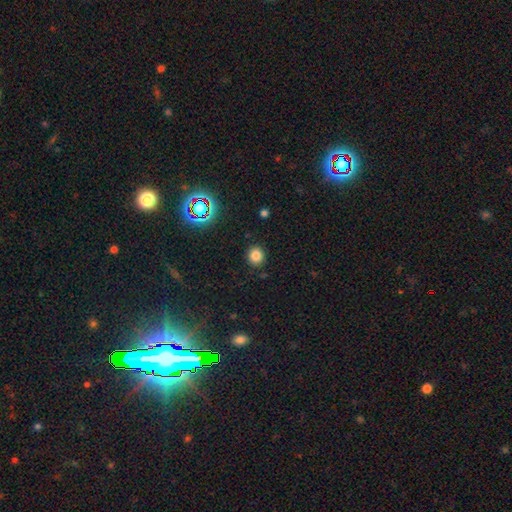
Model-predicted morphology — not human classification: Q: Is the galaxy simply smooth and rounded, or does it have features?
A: smooth — 79%.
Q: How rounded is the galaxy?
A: round — 88%.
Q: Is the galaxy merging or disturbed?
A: none — 89%.